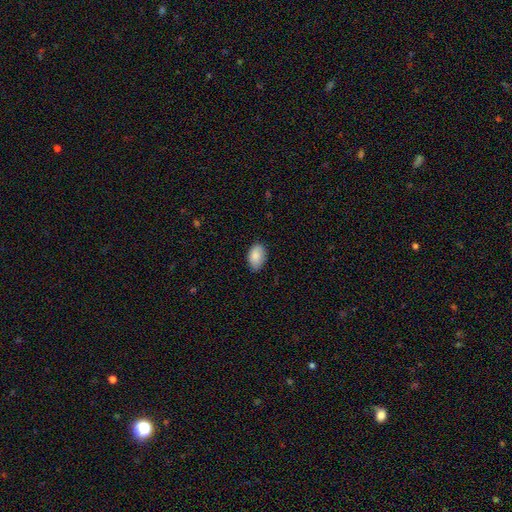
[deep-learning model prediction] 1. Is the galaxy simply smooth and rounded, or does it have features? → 85% smooth, 8% featured or disk, 7% star or artifact.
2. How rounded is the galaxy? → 89% in between, 10% round, 1% cigar-shaped.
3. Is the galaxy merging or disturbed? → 76% none, 20% minor disturbance, 3% major disturbance, 1% merger.